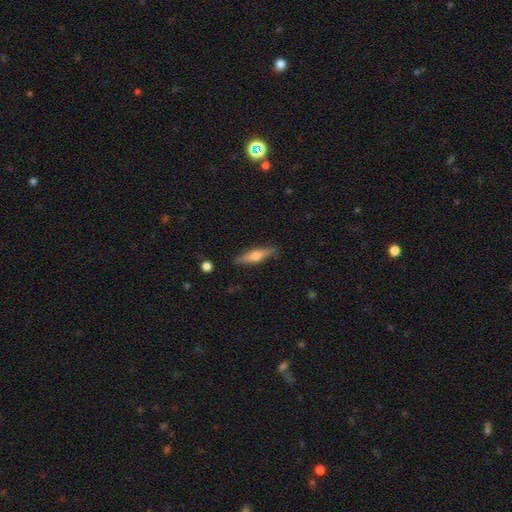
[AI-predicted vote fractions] smooth_or_featured: featured or disk (p=0.59) [alt: smooth p=0.35]
disk_edge_on: yes (p=0.95) [alt: no p=0.05]
edge_on_bulge: rounded (p=0.90) [alt: boxy p=0.06]
merging: none (p=0.88) [alt: minor disturbance p=0.09]